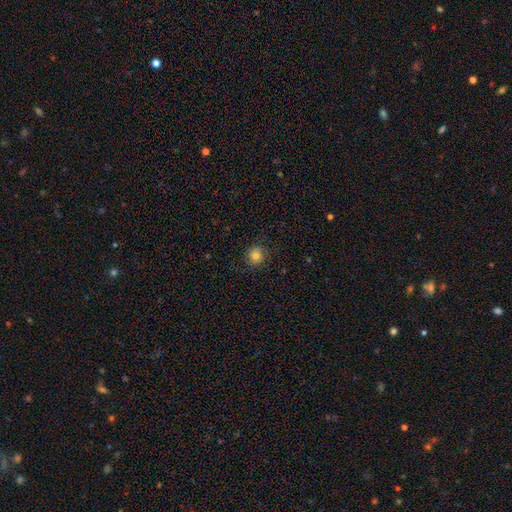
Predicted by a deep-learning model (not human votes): Q: Smooth or featured?
A: smooth (78%); runner-up: star or artifact (12%)
Q: How rounded?
A: round (87%); runner-up: in between (12%)
Q: Merging?
A: none (85%); runner-up: minor disturbance (11%)